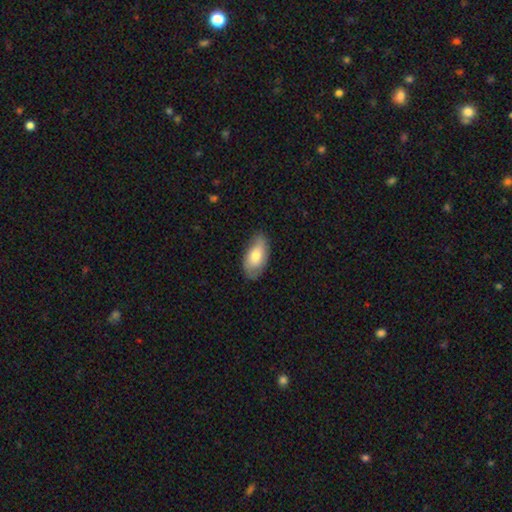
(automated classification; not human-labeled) This is likely a smooth galaxy (67%). How rounded: clearly in between (93%). Merging: likely none (75%).